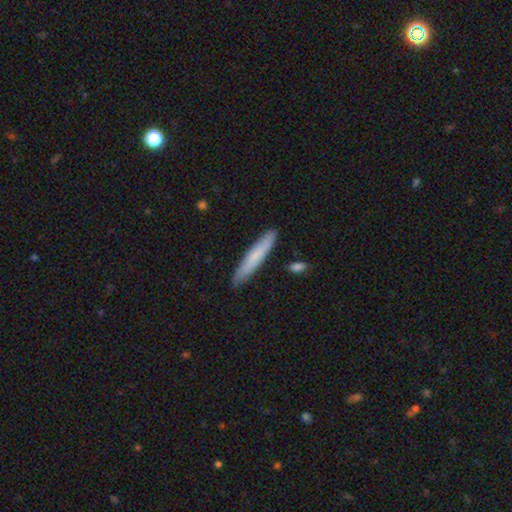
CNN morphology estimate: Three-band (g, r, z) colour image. It shows a smooth galaxy with no disk features (72%) that is cigar-shaped (93%). Merging: none (87%).